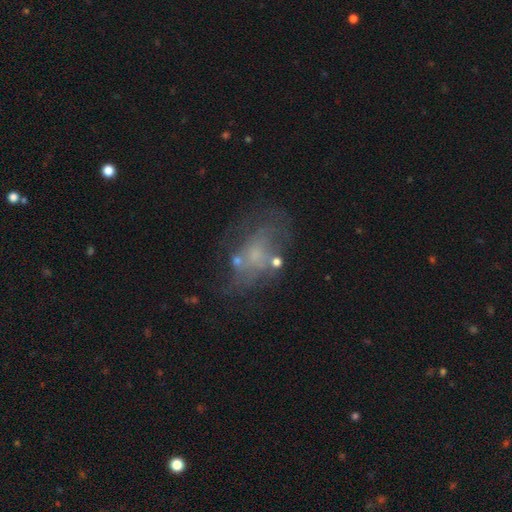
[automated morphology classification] This is possibly a featured or disk galaxy (52%). It is clearly not viewed edge-on (96%). Bar: clearly no (83%). Spiral arm pattern: likely no (65%). Central bulge: marginally small (44%). Merging: possibly none (48%).